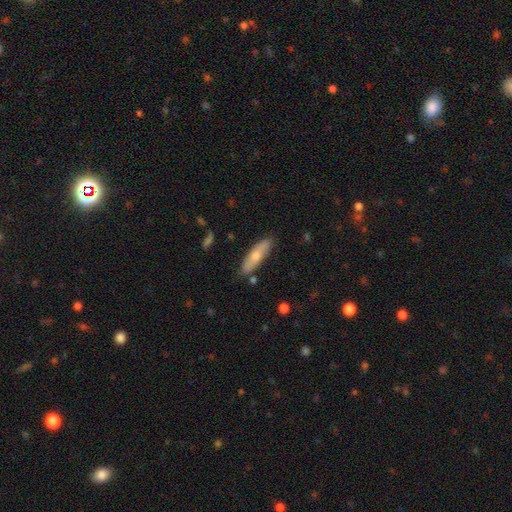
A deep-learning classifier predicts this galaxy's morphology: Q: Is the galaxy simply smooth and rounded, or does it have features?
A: smooth — 62%.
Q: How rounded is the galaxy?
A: cigar-shaped — 56%.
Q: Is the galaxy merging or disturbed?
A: none — 82%.